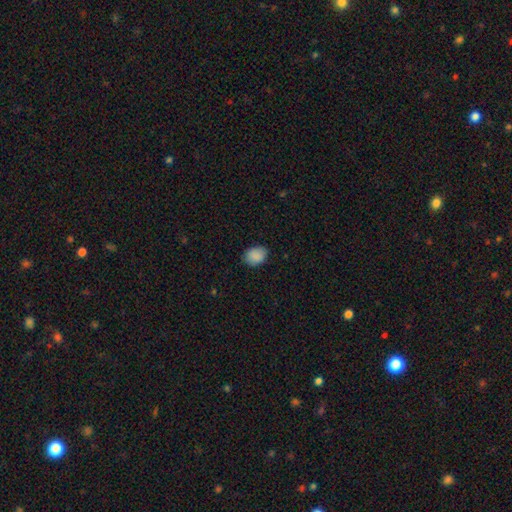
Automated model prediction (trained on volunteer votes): A smooth galaxy with no disk features (89%) that is in between round and cigar-shaped (63%).

Vote fractions:
- Smooth or featured? smooth: 89% / star or artifact: 7% / featured or disk: 4%
- How rounded? in between: 63% / round: 36% / cigar-shaped: 1%
- Merging? none: 82% / minor disturbance: 14% / major disturbance: 3% / merger: 1%